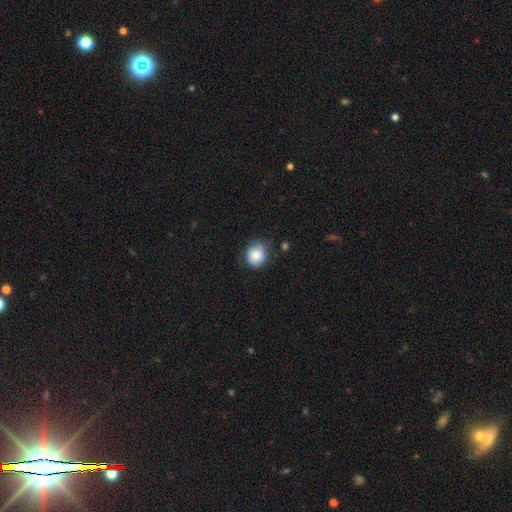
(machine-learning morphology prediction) smooth-or-featured: smooth: 80% | featured or disk: 12% | star or artifact: 8%
  how-rounded: round: 70% | in between: 29% | cigar-shaped: 1%
  merging: none: 67% | minor disturbance: 25% | major disturbance: 5% | merger: 2%